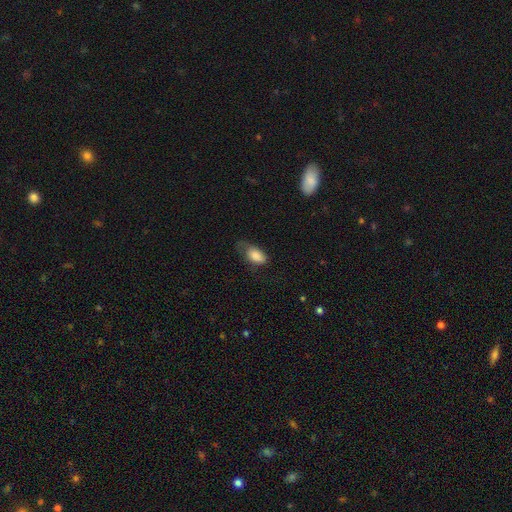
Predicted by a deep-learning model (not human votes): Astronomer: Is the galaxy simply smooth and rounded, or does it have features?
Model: smooth — 81%.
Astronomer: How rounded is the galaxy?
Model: in between — 92%.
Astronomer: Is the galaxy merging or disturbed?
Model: none — 39% (runner-up: minor disturbance, 34%).